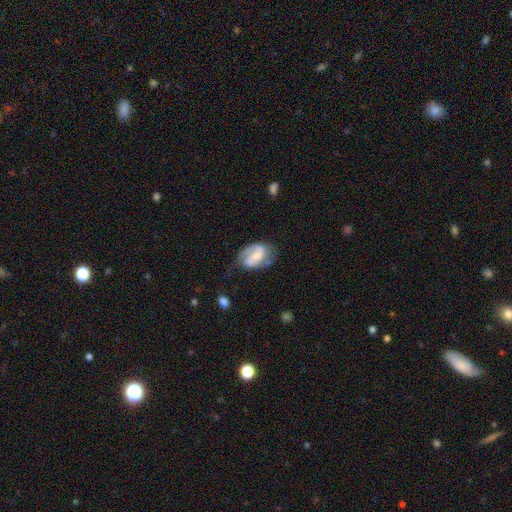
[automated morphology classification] This appears to be a featured or disk galaxy (69%) with a weak bar (44%), 2 (68%) medium (44%) spiral arms (88%) and a small central bulge (34%). Merging: none (53%).